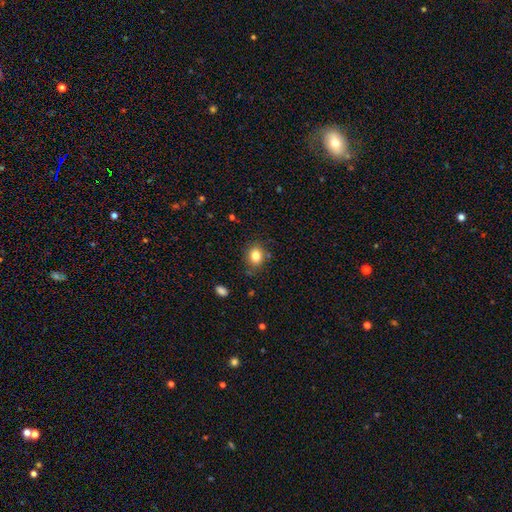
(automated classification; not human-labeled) A smooth galaxy with no disk features (82%) that is round (57%).

Vote fractions:
- Smooth or featured? smooth: 82% / star or artifact: 10% / featured or disk: 7%
- How rounded? round: 57% / in between: 42% / cigar-shaped: 1%
- Merging? none: 81% / minor disturbance: 13% / major disturbance: 3% / merger: 3%